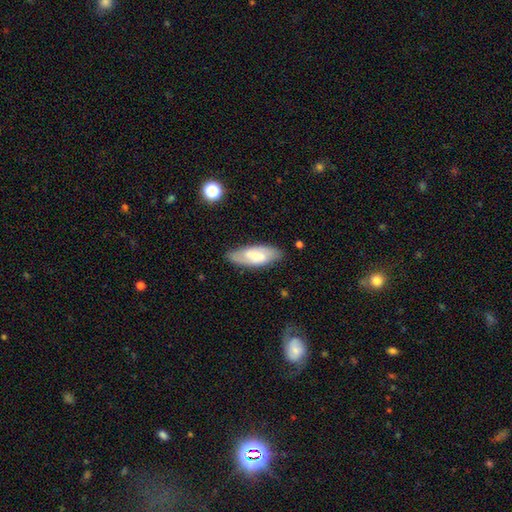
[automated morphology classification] A smooth galaxy with no disk features (52%) that is in between round and cigar-shaped (78%).

Vote fractions:
- Smooth or featured? smooth: 52% / featured or disk: 41% / star or artifact: 6%
- How rounded? in between: 78% / cigar-shaped: 20% / round: 2%
- Merging? none: 82% / minor disturbance: 14% / major disturbance: 3% / merger: 1%